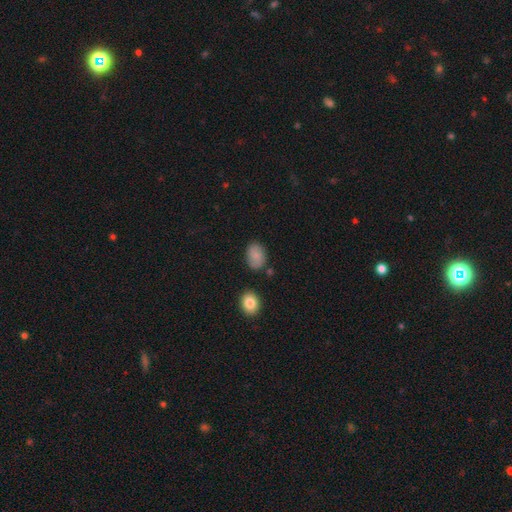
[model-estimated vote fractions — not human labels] A smooth galaxy with no disk features (80%) that is in between round and cigar-shaped (78%). Merging: none (77%).